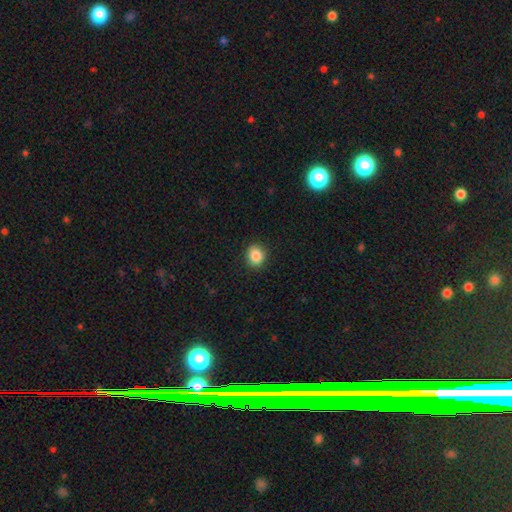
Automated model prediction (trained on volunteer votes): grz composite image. It shows a smooth galaxy with no disk features (86%) that is round (67%). Merging: none (90%).